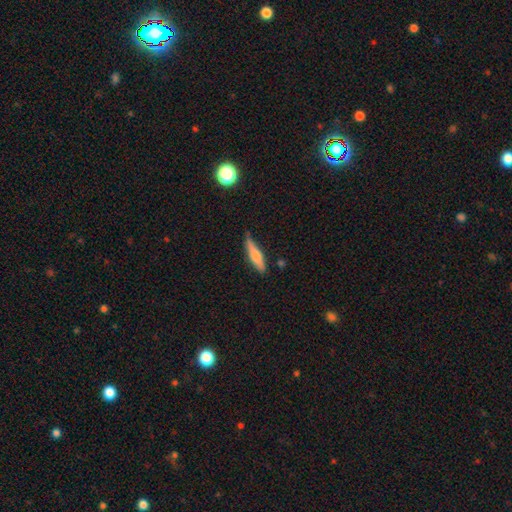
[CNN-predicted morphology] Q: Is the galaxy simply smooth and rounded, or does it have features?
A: smooth — 57%.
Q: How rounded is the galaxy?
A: cigar-shaped — 81%.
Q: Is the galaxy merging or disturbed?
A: none — 73%.